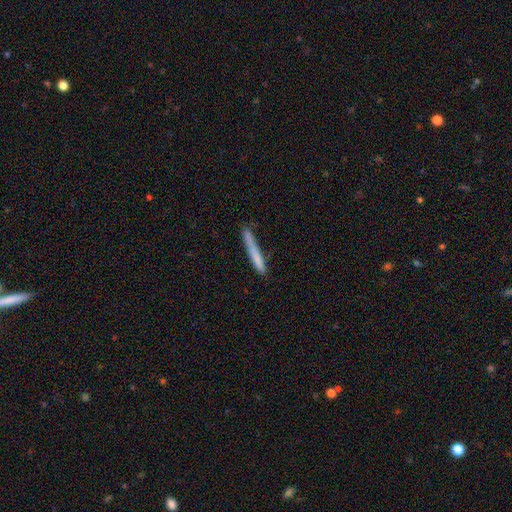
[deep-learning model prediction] Q: Smooth or featured?
A: smooth (72%); runner-up: featured or disk (21%)
Q: How rounded?
A: cigar-shaped (96%); runner-up: in between (3%)
Q: Merging?
A: none (75%); runner-up: minor disturbance (18%)